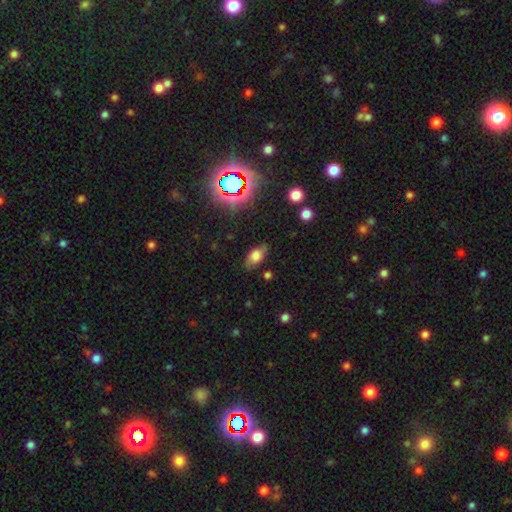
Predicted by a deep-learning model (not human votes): Smooth or featured? smooth (59%)
How rounded? in between (86%)
Merging? none (73%)